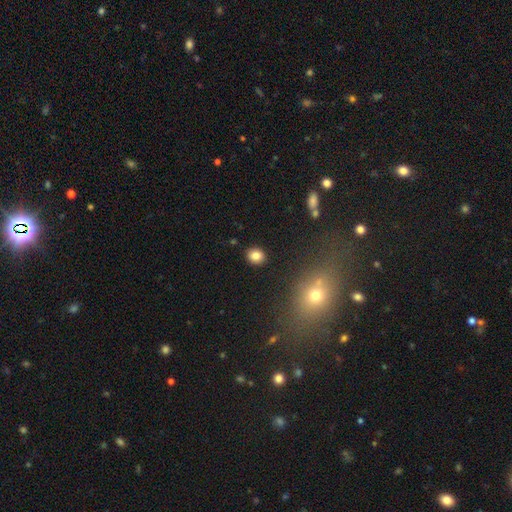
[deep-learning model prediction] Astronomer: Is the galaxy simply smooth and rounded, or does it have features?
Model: smooth — 84%.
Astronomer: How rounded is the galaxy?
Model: round — 67%.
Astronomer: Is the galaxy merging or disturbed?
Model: none — 89%.